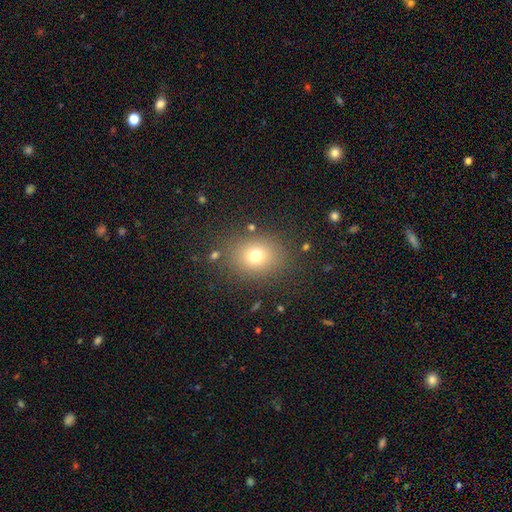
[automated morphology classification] This is likely a smooth galaxy (72%). How rounded: likely round (63%). Merging: clearly none (82%).